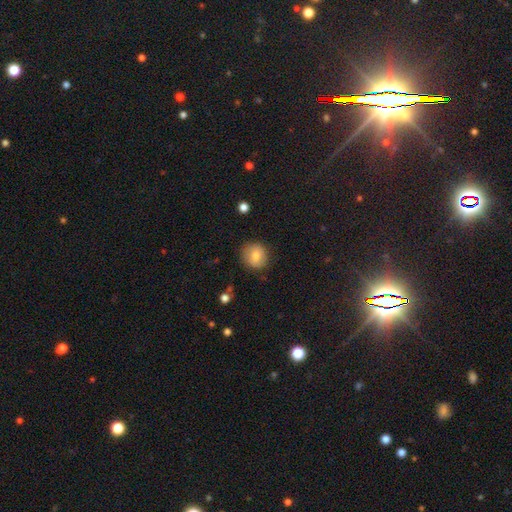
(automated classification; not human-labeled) smooth-or-featured: smooth: 78% | featured or disk: 13% | star or artifact: 9%
  how-rounded: round: 85% | in between: 14% | cigar-shaped: 1%
  merging: none: 84% | minor disturbance: 11% | major disturbance: 3% | merger: 1%